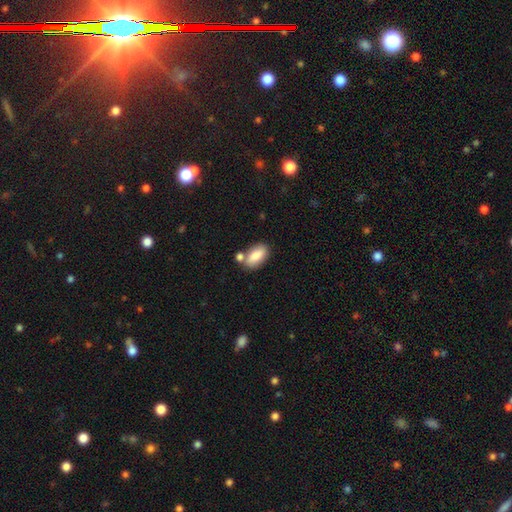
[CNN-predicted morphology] Smooth or featured? smooth (83%)
How rounded? in between (91%)
Merging? none (61%)